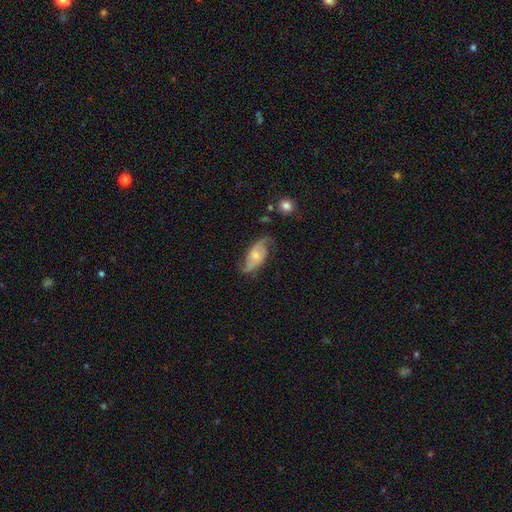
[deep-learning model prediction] featured or disk 73%, smooth 21%, star or artifact 6%. Down the decision tree: edge-on disk — no (94%); bar — no (66%); spiral arms — yes (92%); spiral arm count — 2 (85%); spiral winding — medium (42%); bulge size — small (53%); merging — none (64%).